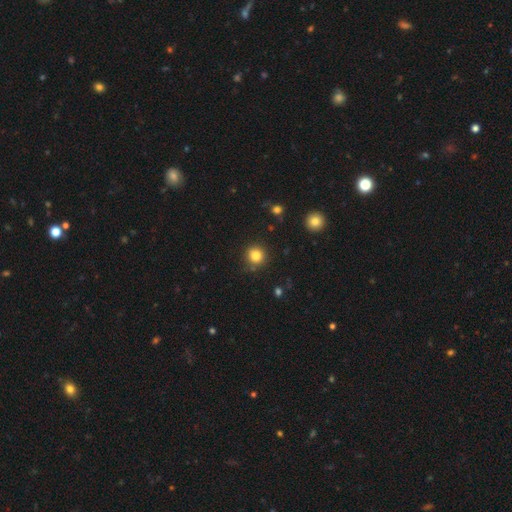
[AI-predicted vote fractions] A smooth galaxy with no disk features (83%) that is round (93%).

Vote fractions:
- Smooth or featured? smooth: 83% / star or artifact: 12% / featured or disk: 5%
- How rounded? round: 93% / in between: 6% / cigar-shaped: 1%
- Merging? none: 87% / minor disturbance: 8% / major disturbance: 3% / merger: 2%